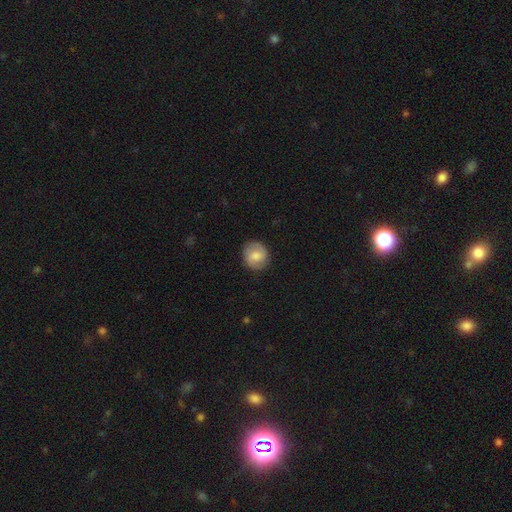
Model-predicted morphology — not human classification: A smooth galaxy with no disk features (62%) that is round (81%). Merging: none (85%).